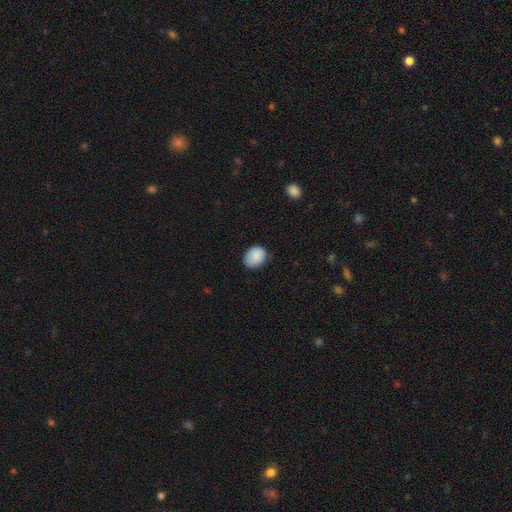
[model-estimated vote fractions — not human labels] Smooth or featured: smooth — 88% (star or artifact — 7%)
How rounded: in between — 57% (round — 42%)
Merging: none — 78% (minor disturbance — 18%)